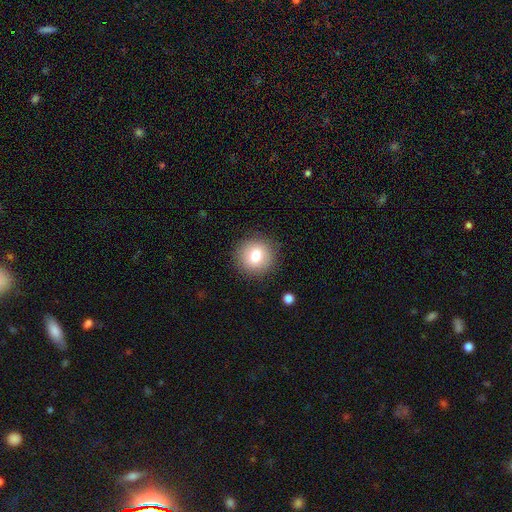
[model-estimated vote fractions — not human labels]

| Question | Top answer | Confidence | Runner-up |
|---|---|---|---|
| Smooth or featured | smooth | 78% | featured or disk (12%) |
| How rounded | round | 92% | in between (7%) |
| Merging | none | 89% | minor disturbance (7%) |